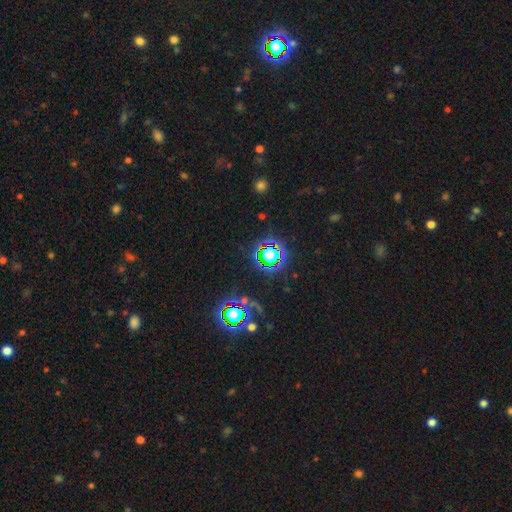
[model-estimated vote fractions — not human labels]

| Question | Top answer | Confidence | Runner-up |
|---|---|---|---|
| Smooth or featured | star or artifact | 78% | smooth (14%) |